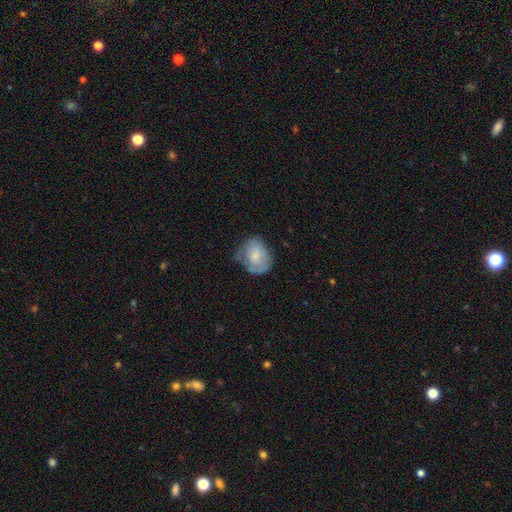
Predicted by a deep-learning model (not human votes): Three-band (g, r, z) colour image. It shows a smooth galaxy with no disk features (62%) that is in between round and cigar-shaped (50%). Merging: none (51%).